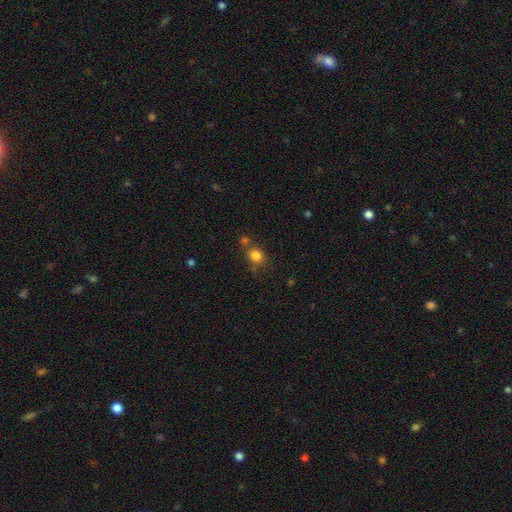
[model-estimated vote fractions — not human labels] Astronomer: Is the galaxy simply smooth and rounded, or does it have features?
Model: smooth — 81%.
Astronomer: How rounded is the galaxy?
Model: round — 74%.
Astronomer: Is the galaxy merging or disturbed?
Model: none — 64%.